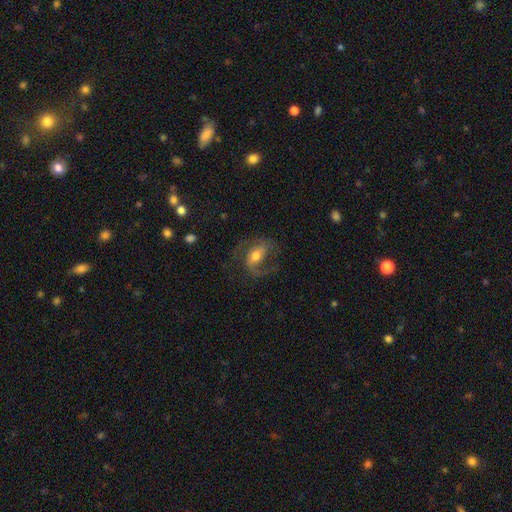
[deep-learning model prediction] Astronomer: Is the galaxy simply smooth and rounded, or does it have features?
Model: featured or disk — 73%.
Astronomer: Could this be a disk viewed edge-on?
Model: no — 95%.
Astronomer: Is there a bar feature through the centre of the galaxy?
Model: weak — 41% (runner-up: strong, 34%).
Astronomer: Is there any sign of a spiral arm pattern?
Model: yes — 90%.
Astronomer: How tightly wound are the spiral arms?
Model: medium — 50% (runner-up: loose, 36%).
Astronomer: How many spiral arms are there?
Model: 2 — 78%.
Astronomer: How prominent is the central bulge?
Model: moderate — 67%.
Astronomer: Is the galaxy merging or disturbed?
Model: none — 61%.